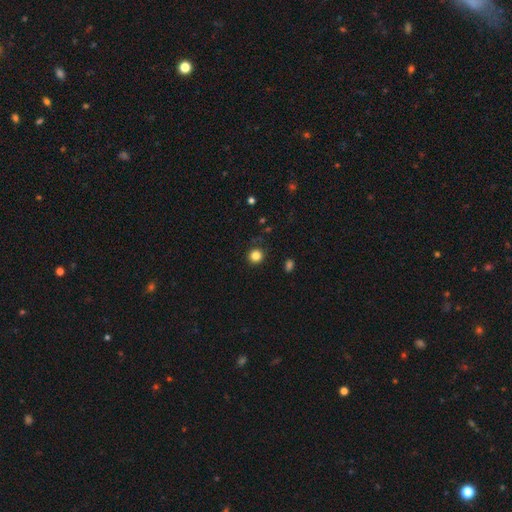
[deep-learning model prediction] This is clearly a smooth galaxy (84%). How rounded: clearly round (92%). Merging: clearly none (88%).